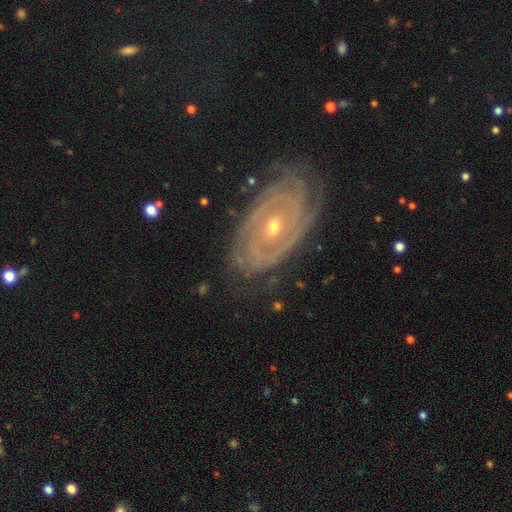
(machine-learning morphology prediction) Smooth or featured? featured or disk (89%)
Edge-on disk? no (95%)
Bar? no (66%)
Spiral arms? yes (96%)
Spiral winding? tight (82%)
Spiral arm count? 2 (28%)
Bulge size? small (52%)
Merging? none (76%)